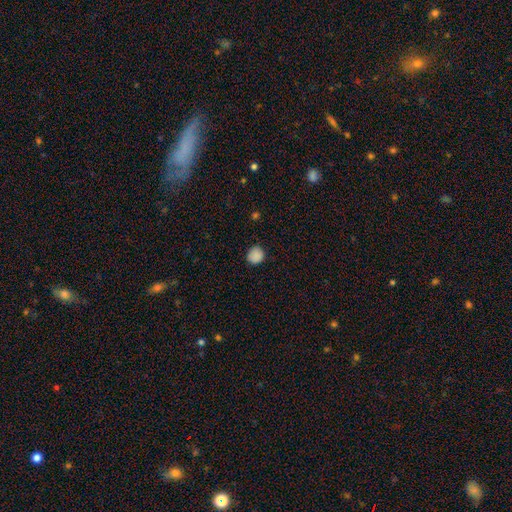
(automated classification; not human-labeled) smooth-or-featured: smooth: 87% | star or artifact: 10% | featured or disk: 3%
  how-rounded: round: 86% | in between: 13% | cigar-shaped: 1%
  merging: none: 85% | minor disturbance: 12% | major disturbance: 2% | merger: 1%